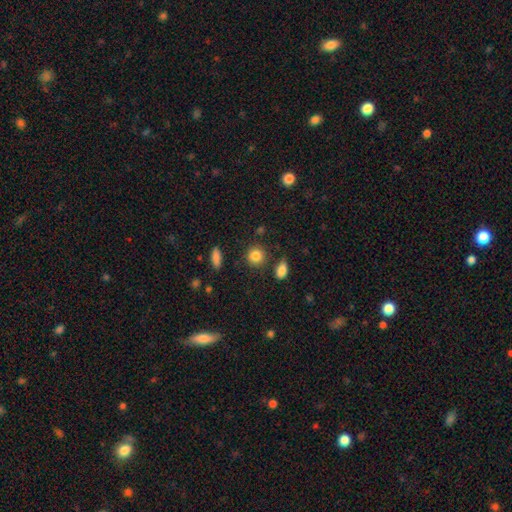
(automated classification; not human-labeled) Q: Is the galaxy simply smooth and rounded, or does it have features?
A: smooth — 85%.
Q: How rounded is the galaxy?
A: round — 85%.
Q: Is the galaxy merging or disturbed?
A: none — 82%.